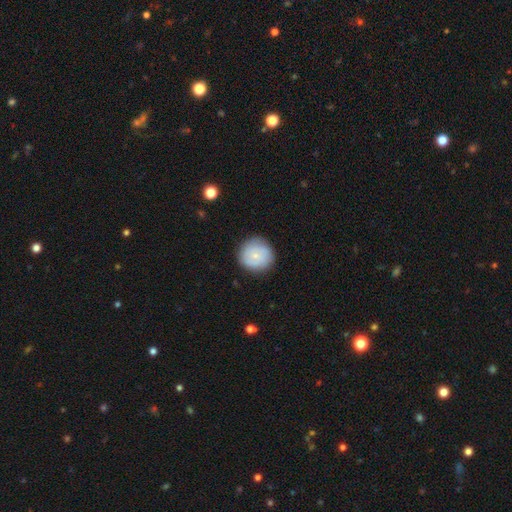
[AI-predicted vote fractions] This is likely a smooth galaxy (66%). How rounded: clearly round (93%). Merging: clearly none (85%).